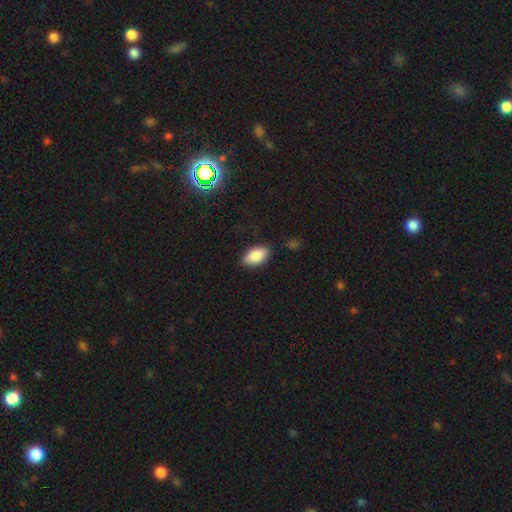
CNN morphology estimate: Q: Smooth or featured?
A: smooth (88%); runner-up: star or artifact (7%)
Q: How rounded?
A: in between (94%); runner-up: round (3%)
Q: Merging?
A: none (86%); runner-up: minor disturbance (10%)